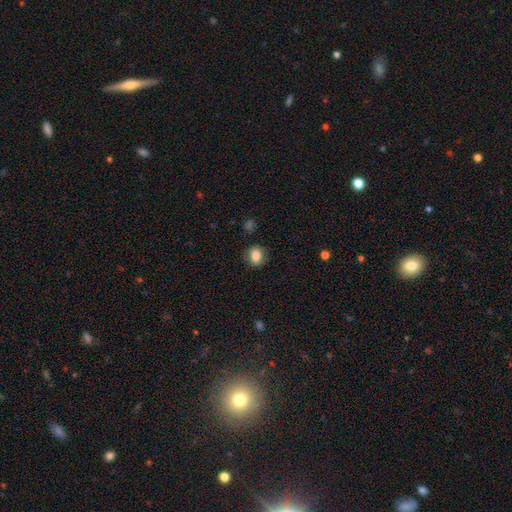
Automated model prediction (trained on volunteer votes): Morphology: type=smooth (85%); roundness=in between (55%); merging=none (82%).